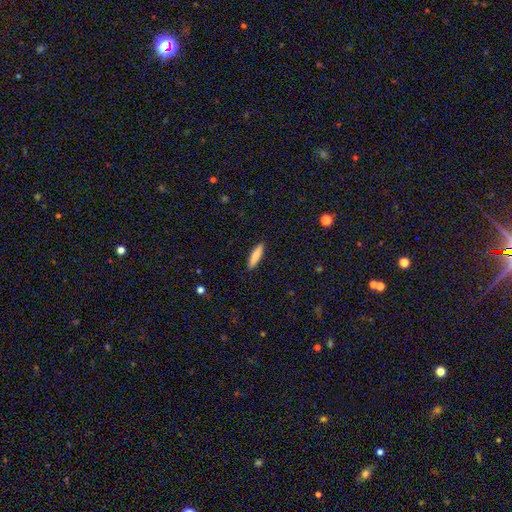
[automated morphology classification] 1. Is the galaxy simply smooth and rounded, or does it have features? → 83% smooth, 11% featured or disk, 6% star or artifact.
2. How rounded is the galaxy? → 79% cigar-shaped, 20% in between, 1% round.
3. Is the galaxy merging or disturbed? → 91% none, 6% minor disturbance, 2% major disturbance, 1% merger.